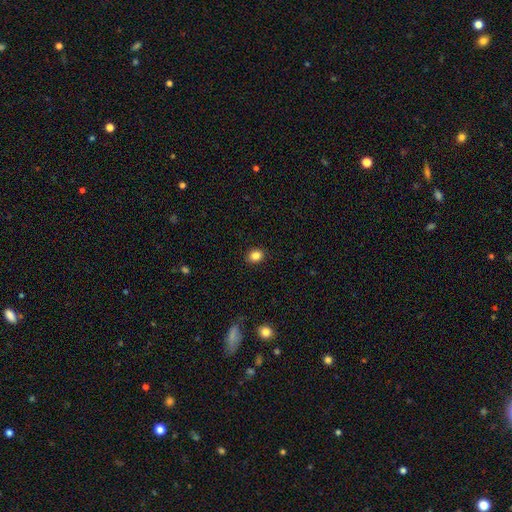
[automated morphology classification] A smooth galaxy with no disk features (85%) that is round (61%). Merging: none (90%).